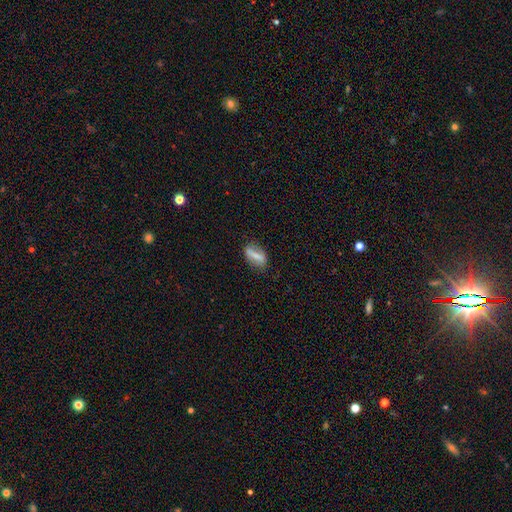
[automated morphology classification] This appears to be a smooth galaxy with no disk features (50%) that is in between round and cigar-shaped (66%). Merging: none (78%).